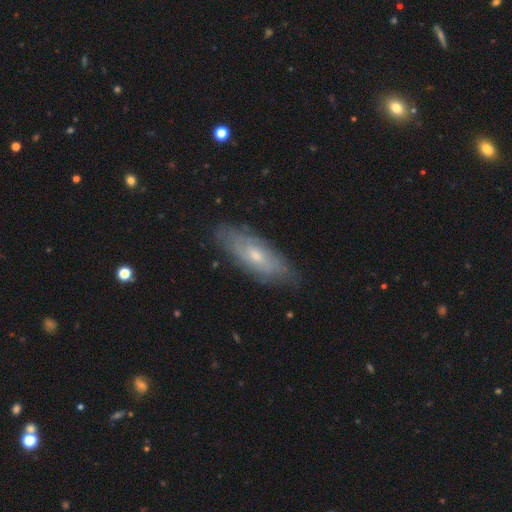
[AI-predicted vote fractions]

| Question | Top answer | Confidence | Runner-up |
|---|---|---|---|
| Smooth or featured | featured or disk | 55% | smooth (38%) |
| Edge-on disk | no | 75% | yes (25%) |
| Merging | none | 81% | minor disturbance (15%) |